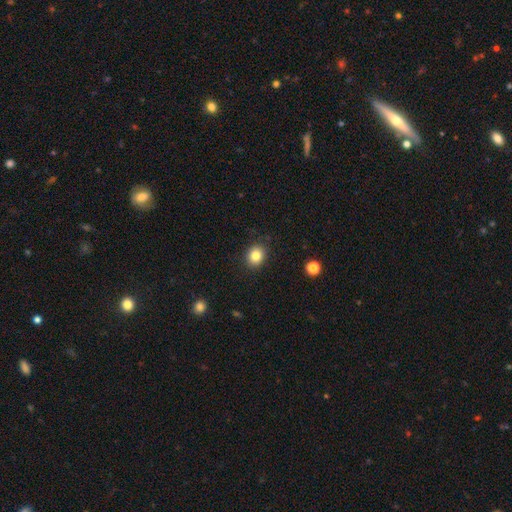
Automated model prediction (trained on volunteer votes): Q: Smooth or featured?
A: smooth (83%); runner-up: star or artifact (11%)
Q: How rounded?
A: round (63%); runner-up: in between (36%)
Q: Merging?
A: none (88%); runner-up: minor disturbance (9%)